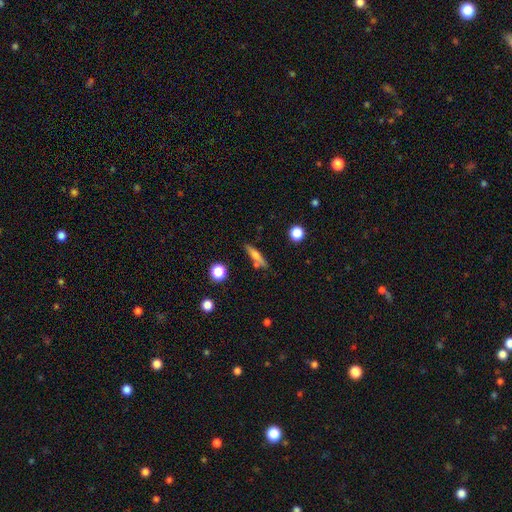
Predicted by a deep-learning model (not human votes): Q: Smooth or featured?
A: smooth (59%); runner-up: featured or disk (33%)
Q: How rounded?
A: cigar-shaped (78%); runner-up: in between (18%)
Q: Merging?
A: none (74%); runner-up: minor disturbance (13%)